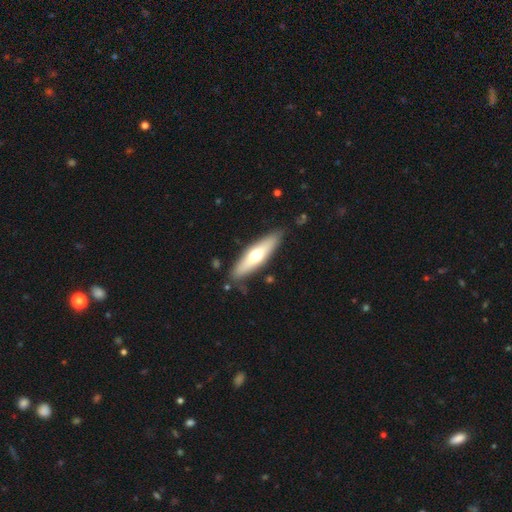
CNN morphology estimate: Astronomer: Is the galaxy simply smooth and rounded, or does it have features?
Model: smooth — 53% (runner-up: featured or disk, 42%).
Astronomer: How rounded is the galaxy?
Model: cigar-shaped — 66%.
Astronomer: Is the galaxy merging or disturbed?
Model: none — 85%.